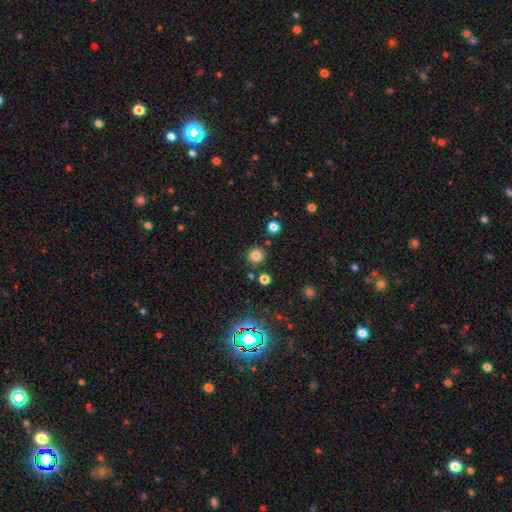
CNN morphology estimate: Overall: smooth (80%). How rounded: round (94%). Merging: none (86%).